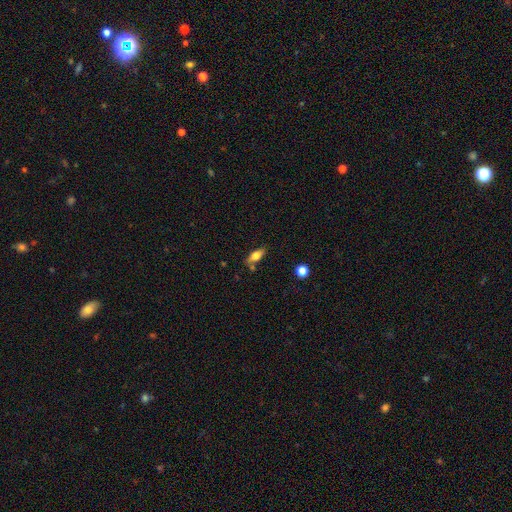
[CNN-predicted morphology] A smooth galaxy with no disk features (67%) that is in between round and cigar-shaped (74%). Merging: none (73%).